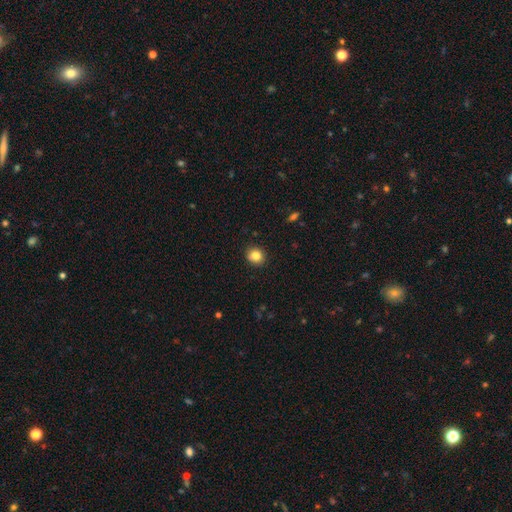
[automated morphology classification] smooth 83%, star or artifact 11%, featured or disk 7%. Down the decision tree: how rounded — round (80%); merging — none (90%).